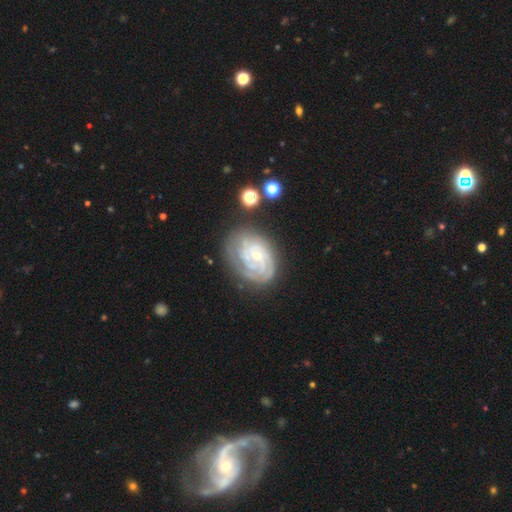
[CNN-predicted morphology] smooth_or_featured: featured or disk (p=0.83) [alt: smooth p=0.11]
disk_edge_on: no (p=0.97) [alt: yes p=0.03]
bar: no (p=0.67) [alt: weak p=0.28]
has_spiral_arms: yes (p=0.94) [alt: no p=0.06]
spiral_winding: tight (p=0.73) [alt: medium p=0.22]
spiral_arm_count: can't tell (p=0.37) [alt: 3 p=0.22]
bulge_size: small (p=0.69) [alt: moderate p=0.26]
merging: none (p=0.65) [alt: minor disturbance p=0.22]